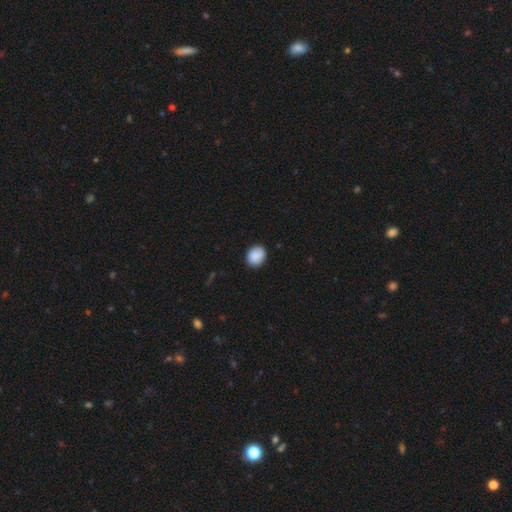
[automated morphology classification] type=smooth (89%); roundness=round (65%); merging=none (85%).